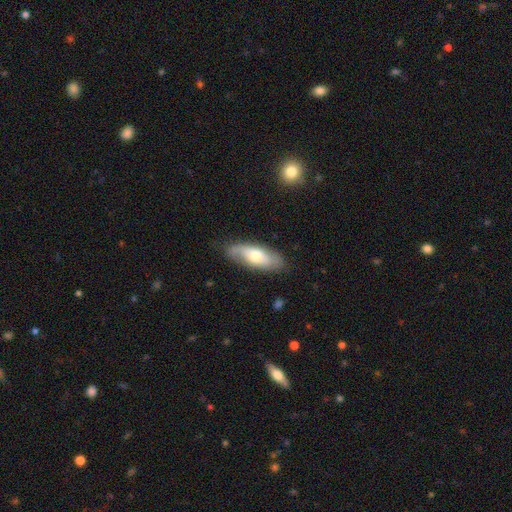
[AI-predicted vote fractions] Overall: smooth (50%; featured or disk 44%). Merging: none (77%).